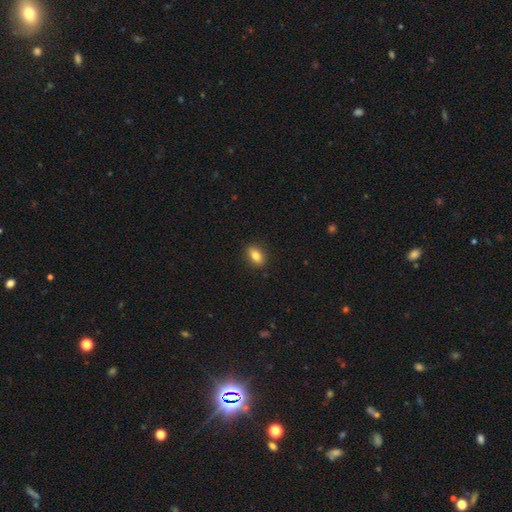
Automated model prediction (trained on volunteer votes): Smooth or featured: smooth — 82% (featured or disk — 10%)
How rounded: in between — 82% (round — 12%)
Merging: none — 88% (minor disturbance — 9%)